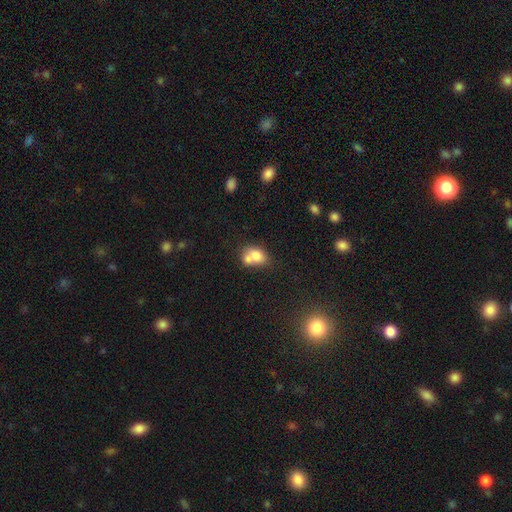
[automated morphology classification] Smooth or featured? Predicted: smooth (p=0.73). How rounded? Predicted: in between (p=0.64). Merging? Predicted: merger (p=0.56).